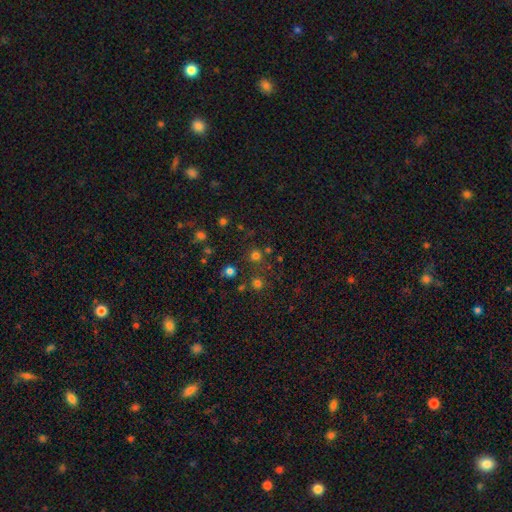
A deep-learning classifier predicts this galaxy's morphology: Smooth or featured? Predicted: smooth (p=0.68). How rounded? Predicted: round (p=0.91). Merging? Predicted: none (p=0.79).